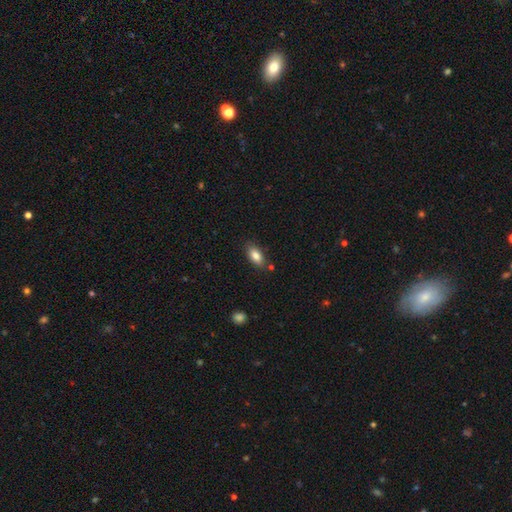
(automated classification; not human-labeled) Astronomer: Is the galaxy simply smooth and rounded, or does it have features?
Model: smooth — 84%.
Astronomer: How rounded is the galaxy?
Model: in between — 89%.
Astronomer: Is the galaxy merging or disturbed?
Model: none — 80%.